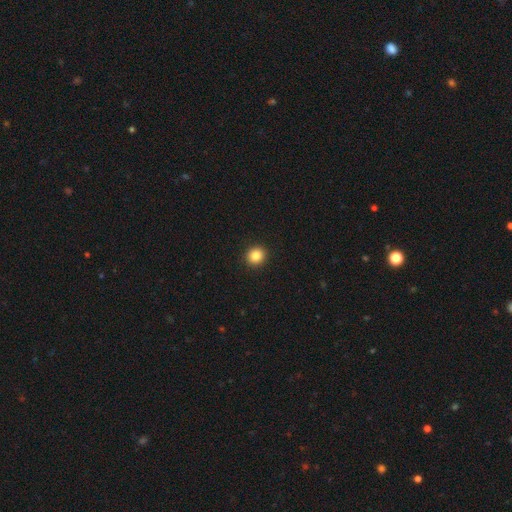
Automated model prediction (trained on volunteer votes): smooth 86%, star or artifact 10%, featured or disk 4%. Down the decision tree: how rounded — round (87%); merging — none (93%).